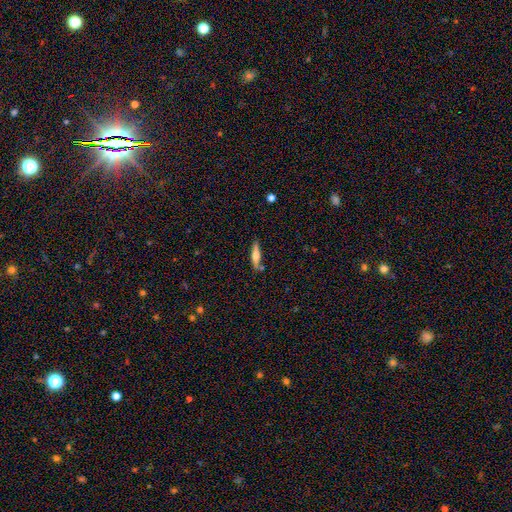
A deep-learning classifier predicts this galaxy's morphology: smooth 57%, featured or disk 36%, star or artifact 7%. Down the decision tree: how rounded — cigar-shaped (80%); merging — none (75%).